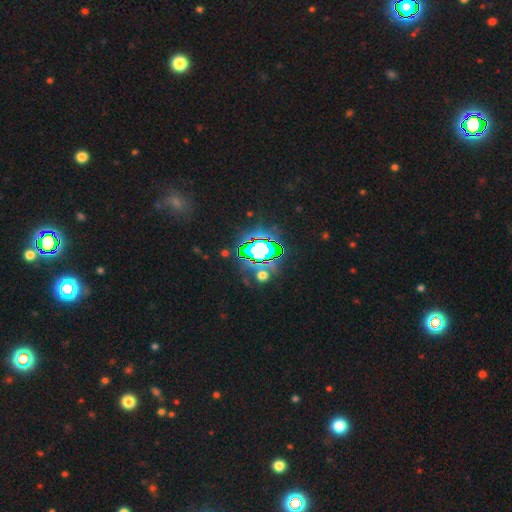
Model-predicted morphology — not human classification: This is clearly a star or artifact rather than a galaxy (82%).